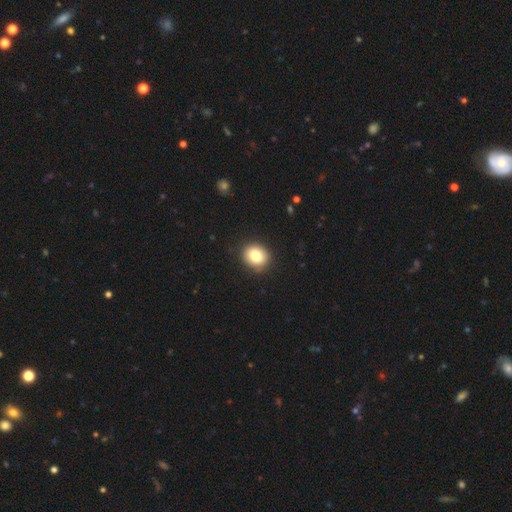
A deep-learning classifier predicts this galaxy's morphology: Q: Smooth or featured?
A: smooth (84%); runner-up: star or artifact (9%)
Q: How rounded?
A: round (68%); runner-up: in between (31%)
Q: Merging?
A: none (88%); runner-up: minor disturbance (9%)